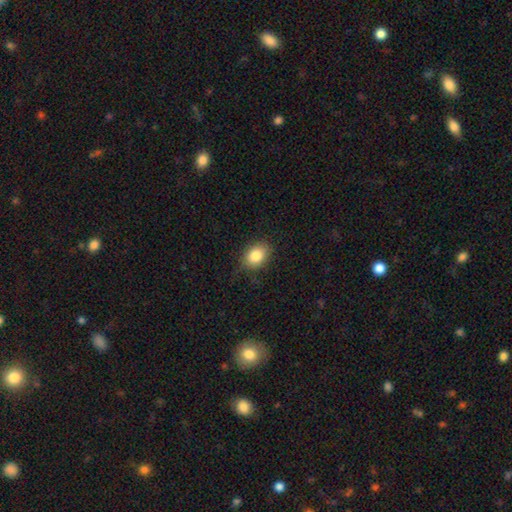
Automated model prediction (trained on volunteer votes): Smooth or featured? Predicted: smooth (p=0.84). How rounded? Predicted: in between (p=0.69). Merging? Predicted: none (p=0.79).